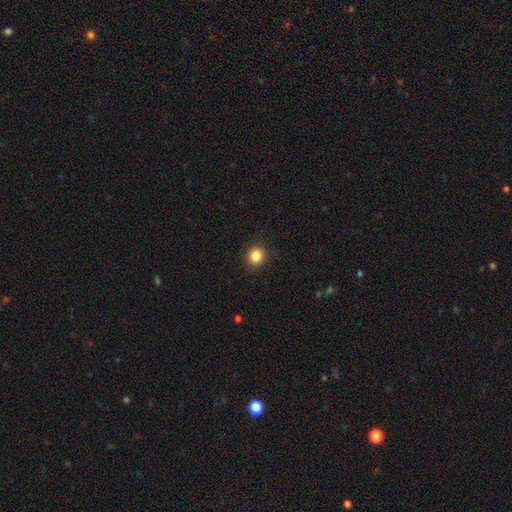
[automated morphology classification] A smooth galaxy with no disk features (85%) that is round (85%). Merging: none (91%).